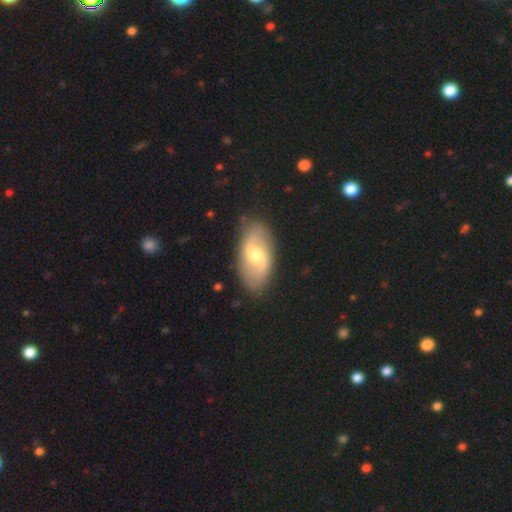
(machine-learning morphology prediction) Overall: featured or disk (66%; smooth 29%). Edge-on disk: no (93%). Bar: weak (54%; strong 26%). Spiral arms: yes (74%). Bulge size: moderate (68%). Merging: none (83%).